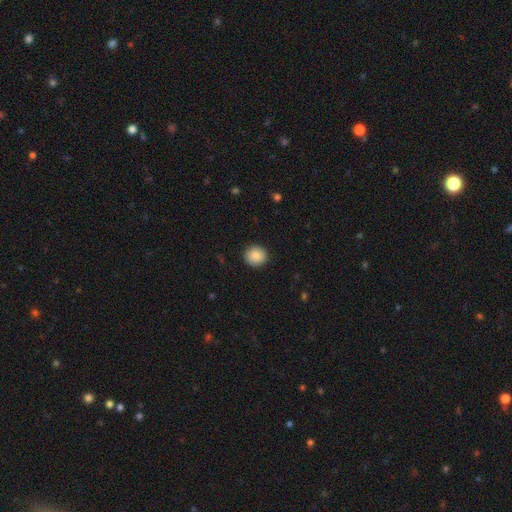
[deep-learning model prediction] A smooth galaxy with no disk features (88%) that is round (89%). Merging: none (91%).